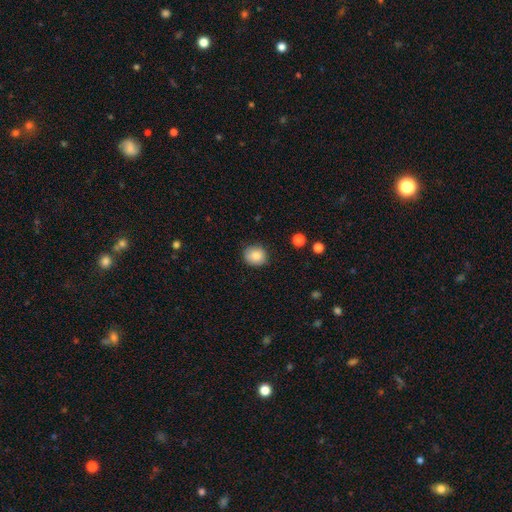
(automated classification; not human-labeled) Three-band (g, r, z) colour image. It shows a smooth galaxy with no disk features (86%) that is round (81%). Merging: none (83%).